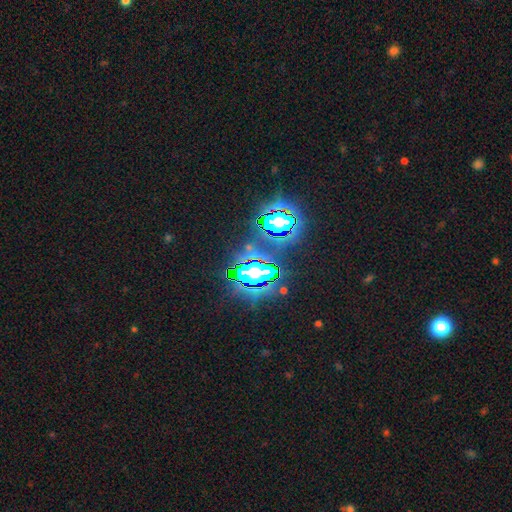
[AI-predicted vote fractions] The model was most divided on "smooth or featured": star or artifact: 82%, smooth: 11%, featured or disk: 7%.